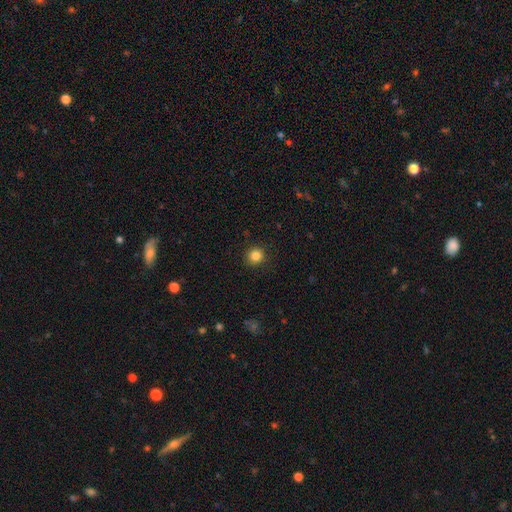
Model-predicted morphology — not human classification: Smooth or featured?
  - smooth: 84% *
  - star or artifact: 11%
  - featured or disk: 5%
How rounded?
  - round: 91% *
  - in between: 8%
  - cigar-shaped: 1%
Merging?
  - none: 91% *
  - minor disturbance: 6%
  - major disturbance: 2%
  - merger: 1%